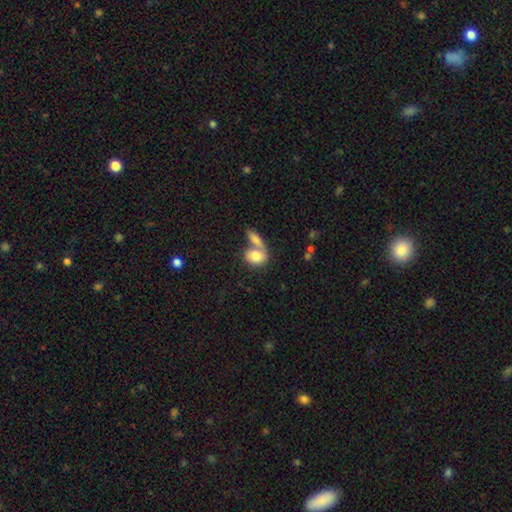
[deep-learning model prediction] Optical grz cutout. It shows a smooth galaxy with no disk features (79%) that is in between round and cigar-shaped (62%). Merging: merger (57%).